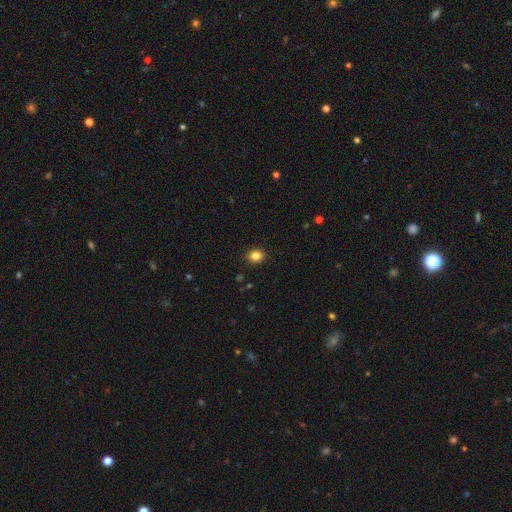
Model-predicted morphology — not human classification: This appears to be a smooth galaxy with no disk features (84%) that is round (70%). Merging: none (91%).